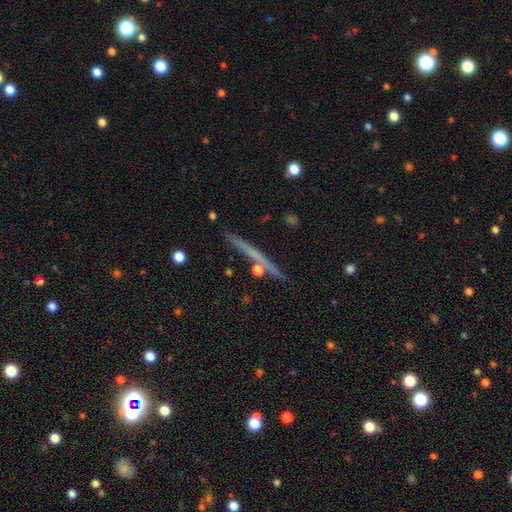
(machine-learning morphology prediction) Smooth or featured? featured or disk (59%)
Edge-on disk? yes (97%)
Edge-on bulge? none (65%)
Merging? none (86%)